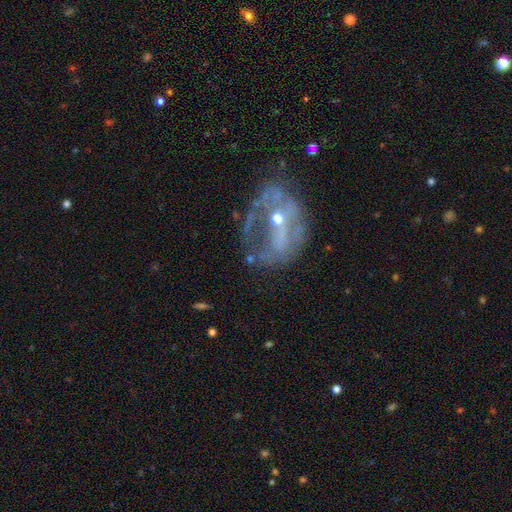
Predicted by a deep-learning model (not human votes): Smooth or featured? Predicted: featured or disk (p=0.66). Edge-on disk? Predicted: no (p=0.95). Bar? Predicted: no (p=0.56). Spiral arms? Predicted: no (p=0.65). Bulge size? Predicted: small (p=0.46). Merging? Predicted: none (p=0.44).